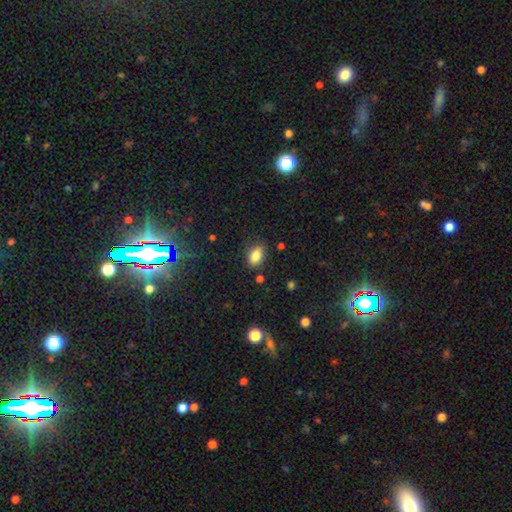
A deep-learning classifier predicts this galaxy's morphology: Smooth or featured? smooth (84%)
How rounded? in between (88%)
Merging? none (83%)